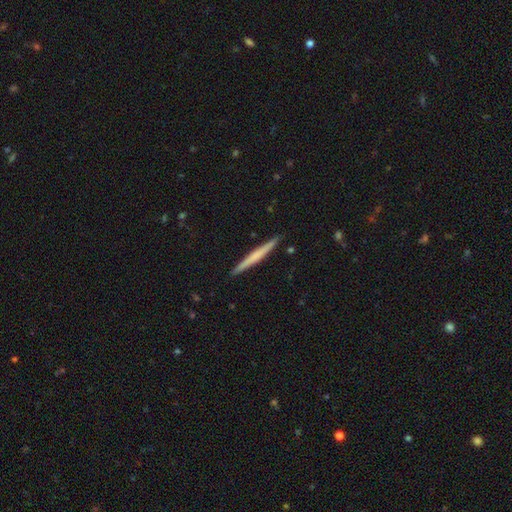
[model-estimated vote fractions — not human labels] This is possibly a featured or disk galaxy (49%). Merging: clearly none (92%).